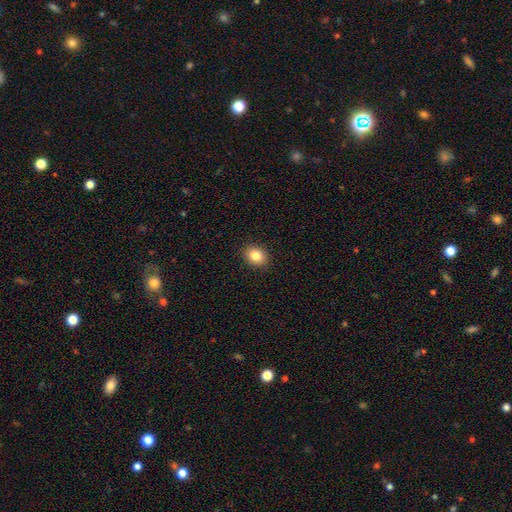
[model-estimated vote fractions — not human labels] Morphology: type=smooth (83%); roundness=in between (52%); merging=none (90%).